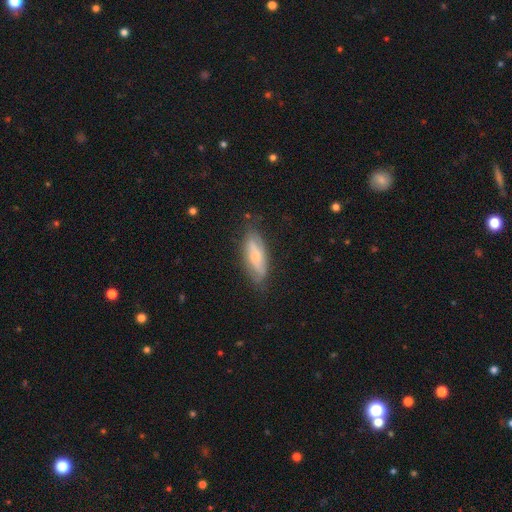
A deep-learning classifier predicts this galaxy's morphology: The model was most divided on "smooth or featured": featured or disk: 50%, smooth: 43%, star or artifact: 7%. More confident: merging — none (75%); edge-on disk — no (67%).